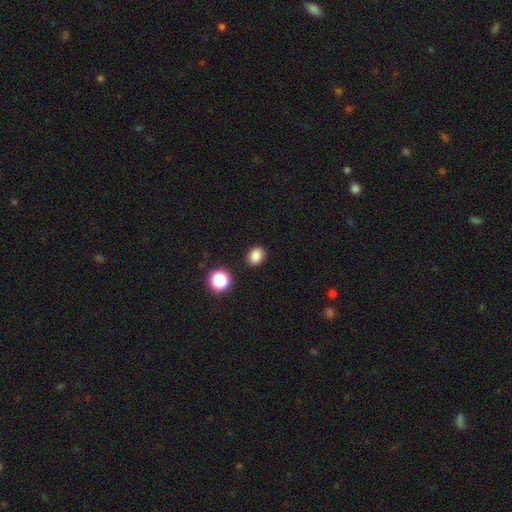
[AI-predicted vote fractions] smooth 84%, star or artifact 12%, featured or disk 4%. Down the decision tree: how rounded — in between (52%); merging — none (88%).